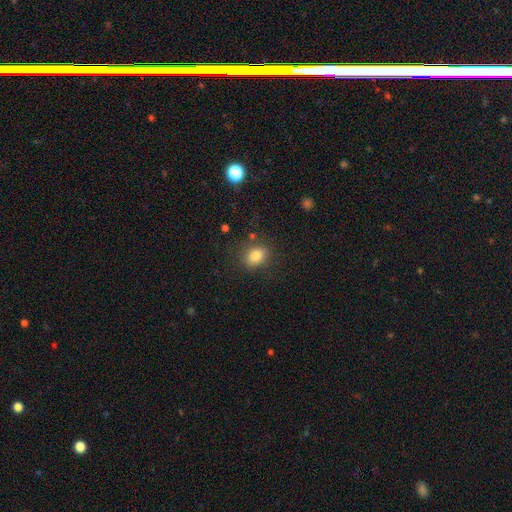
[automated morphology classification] A smooth galaxy with no disk features (83%) that is in between round and cigar-shaped (65%). Merging: none (79%).